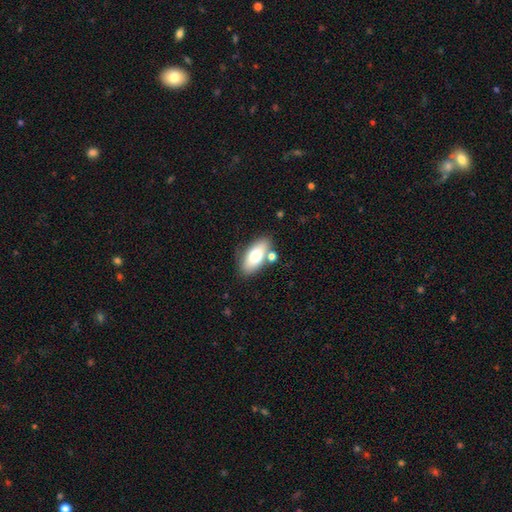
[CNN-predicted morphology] This is likely a smooth galaxy (72%). How rounded: clearly in between (87%). Merging: likely none (72%).